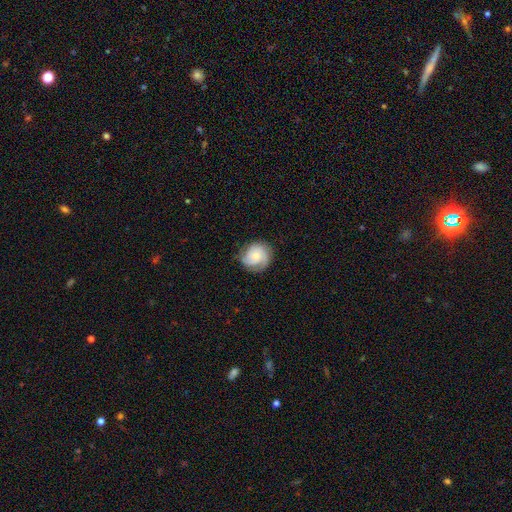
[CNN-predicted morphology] smooth_or_featured: featured or disk (p=0.64) [alt: smooth p=0.30]
disk_edge_on: no (p=0.98) [alt: yes p=0.02]
bar: no (p=0.77) [alt: weak p=0.19]
has_spiral_arms: yes (p=0.93) [alt: no p=0.07]
spiral_winding: tight (p=0.59) [alt: medium p=0.31]
spiral_arm_count: 3 (p=0.34) [alt: 2 p=0.27]
bulge_size: small (p=0.55) [alt: moderate p=0.38]
merging: none (p=0.73) [alt: minor disturbance p=0.19]